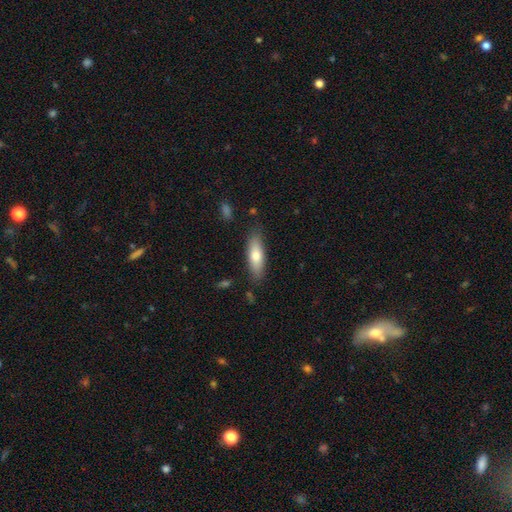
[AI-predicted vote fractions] smooth_or_featured: smooth (p=0.73) [alt: featured or disk p=0.21]
how_rounded: in between (p=0.52) [alt: cigar-shaped p=0.47]
merging: none (p=0.82) [alt: minor disturbance p=0.14]